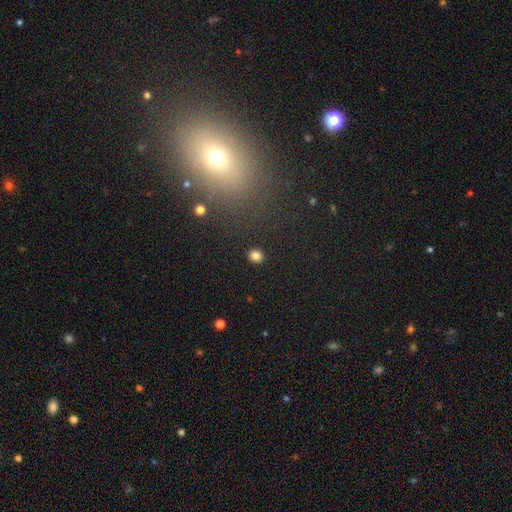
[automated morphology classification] smooth-or-featured: smooth: 84% | star or artifact: 12% | featured or disk: 4%
  how-rounded: round: 76% | in between: 23% | cigar-shaped: 1%
  merging: none: 91% | minor disturbance: 6% | major disturbance: 2% | merger: 1%